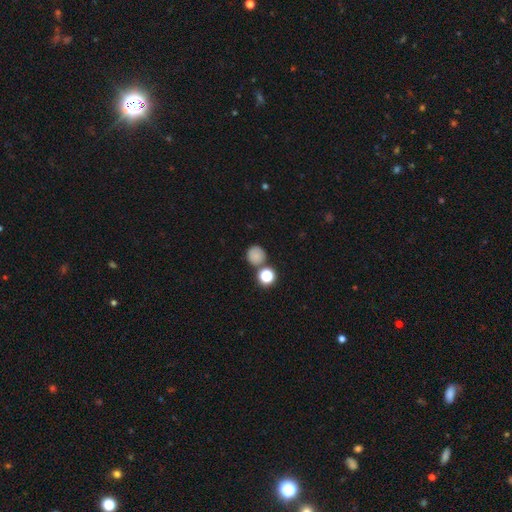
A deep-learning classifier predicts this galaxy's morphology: Smooth or featured? smooth (78%)
How rounded? round (89%)
Merging? none (71%)